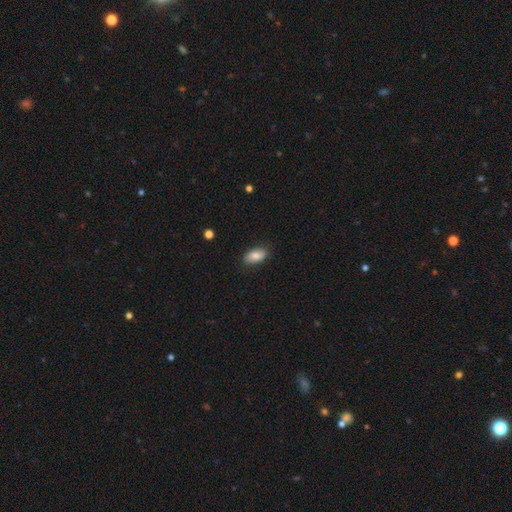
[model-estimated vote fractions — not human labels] Smooth or featured?
  - smooth: 81% *
  - featured or disk: 12%
  - star or artifact: 7%
How rounded?
  - in between: 92% *
  - cigar-shaped: 5%
  - round: 4%
Merging?
  - none: 83% *
  - minor disturbance: 13%
  - major disturbance: 2%
  - merger: 1%